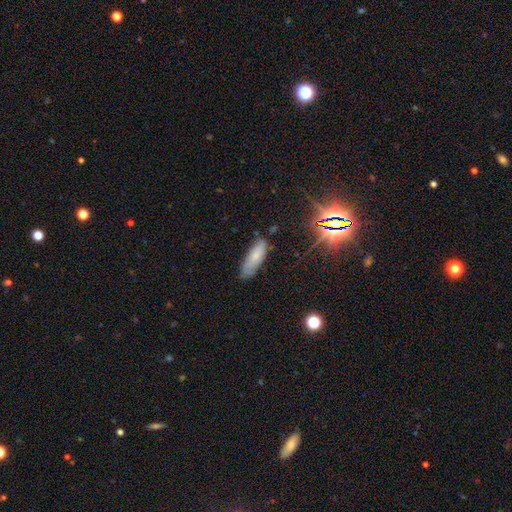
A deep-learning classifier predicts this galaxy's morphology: This is likely a smooth galaxy (67%). How rounded: likely in between (60%). Merging: likely none (64%).